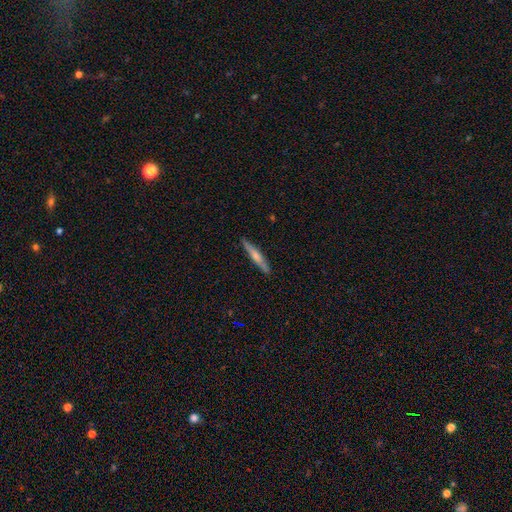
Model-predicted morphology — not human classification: type=featured or disk (52%); edge-on=yes (95%); merging=none (90%).